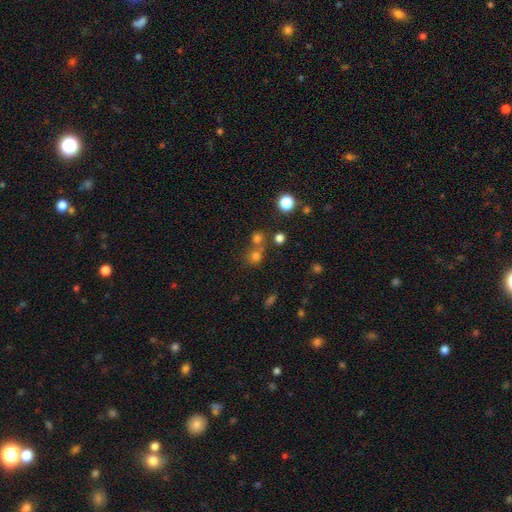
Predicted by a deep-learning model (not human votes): The model was most divided on "merging": none: 55%, merger: 35%, minor disturbance: 7%, major disturbance: 3%. More confident: how rounded — round (85%); smooth or featured — smooth (70%).